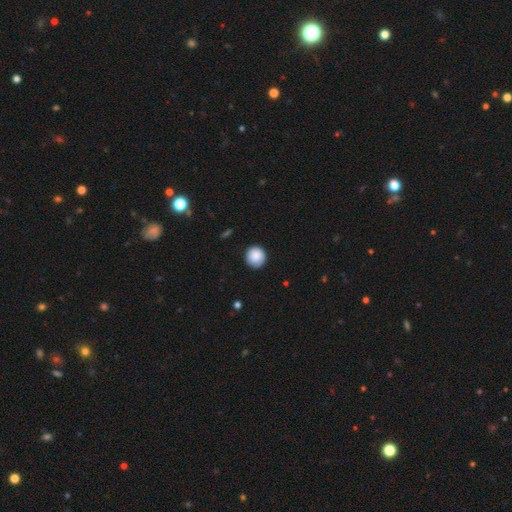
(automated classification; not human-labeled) This is clearly a smooth galaxy (88%). How rounded: clearly round (91%). Merging: clearly none (87%).